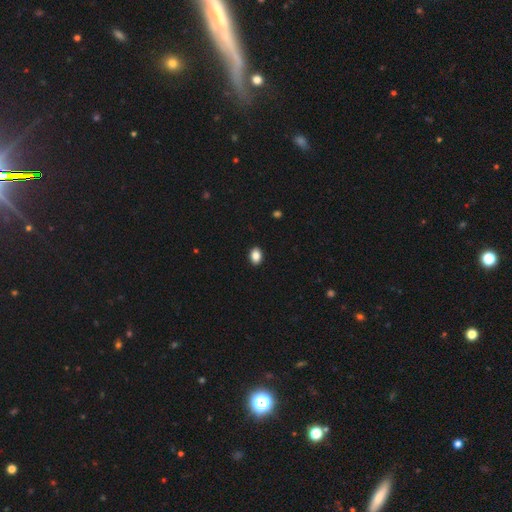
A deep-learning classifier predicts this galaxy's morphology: smooth_or_featured: smooth (p=0.88) [alt: star or artifact p=0.08]
how_rounded: in between (p=0.77) [alt: round p=0.22]
merging: none (p=0.91) [alt: minor disturbance p=0.06]